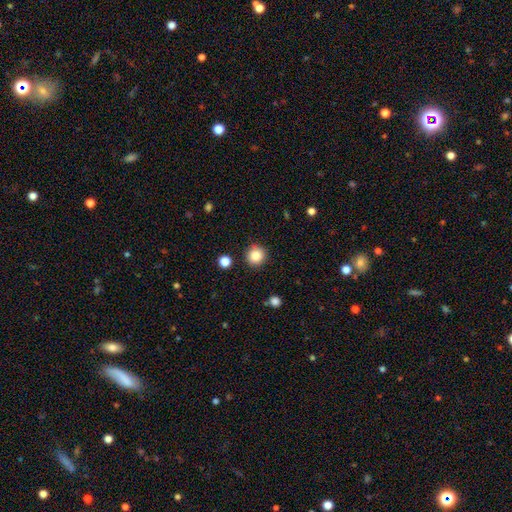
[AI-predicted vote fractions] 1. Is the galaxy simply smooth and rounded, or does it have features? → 85% smooth, 10% star or artifact, 5% featured or disk.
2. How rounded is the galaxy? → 93% round, 6% in between, 1% cigar-shaped.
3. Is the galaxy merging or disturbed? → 89% none, 7% minor disturbance, 2% major disturbance, 2% merger.